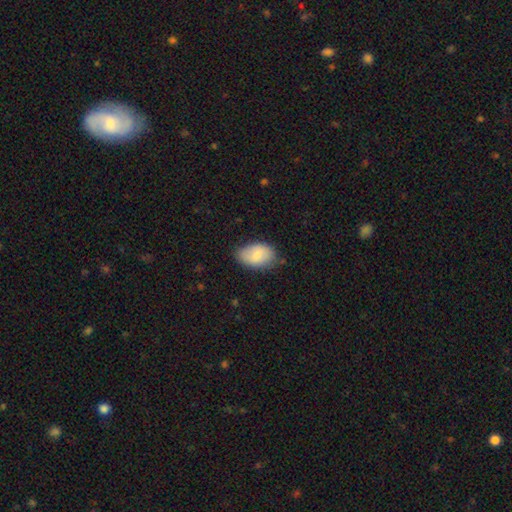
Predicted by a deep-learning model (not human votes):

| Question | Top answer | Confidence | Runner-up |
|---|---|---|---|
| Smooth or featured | smooth | 79% | featured or disk (15%) |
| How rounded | in between | 91% | round (8%) |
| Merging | none | 70% | minor disturbance (24%) |